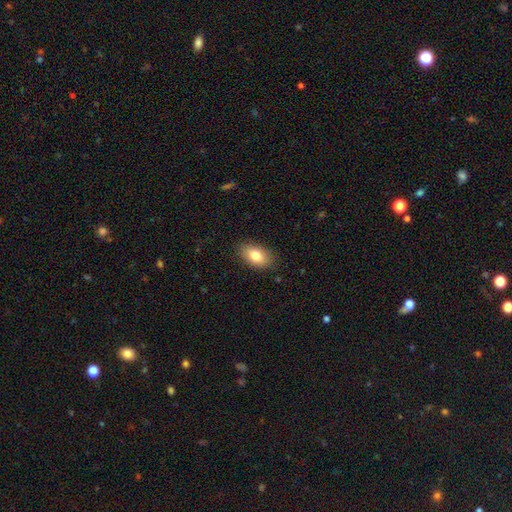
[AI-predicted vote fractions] Morphology: type=smooth (81%); roundness=in between (91%); merging=none (86%).